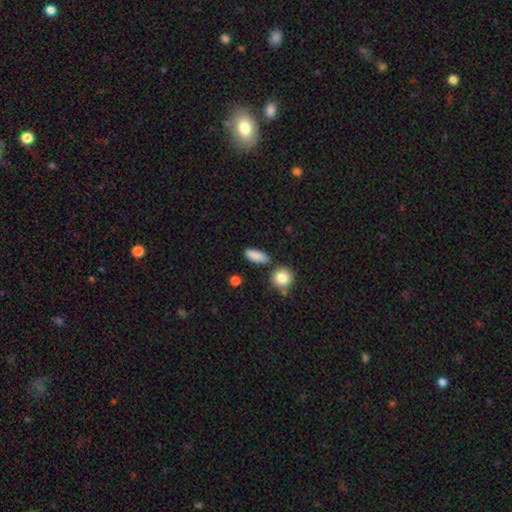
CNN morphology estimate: This appears to be a smooth galaxy with no disk features (87%) that is in between round and cigar-shaped (73%). Merging: none (79%).